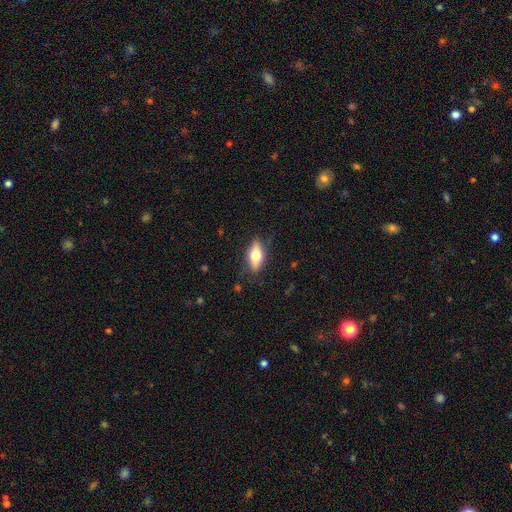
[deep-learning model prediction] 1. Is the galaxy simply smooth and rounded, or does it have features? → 62% smooth, 31% featured or disk, 7% star or artifact.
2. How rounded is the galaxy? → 78% in between, 17% cigar-shaped, 5% round.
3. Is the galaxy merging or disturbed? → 80% none, 15% minor disturbance, 4% major disturbance, 1% merger.